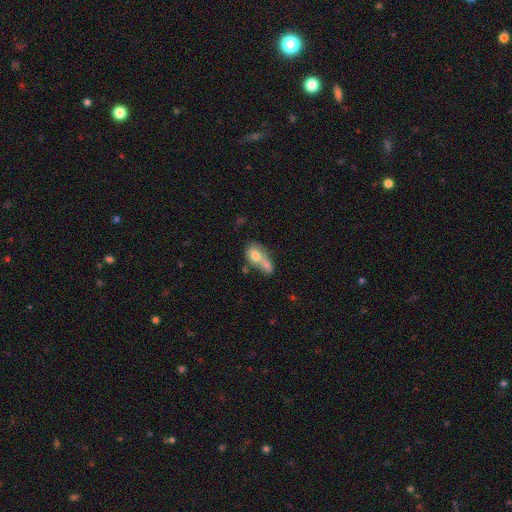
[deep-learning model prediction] The model was most divided on "merging": merger: 62%, none: 17%, minor disturbance: 11%, major disturbance: 10%. More confident: how rounded — in between (71%); smooth or featured — smooth (68%).